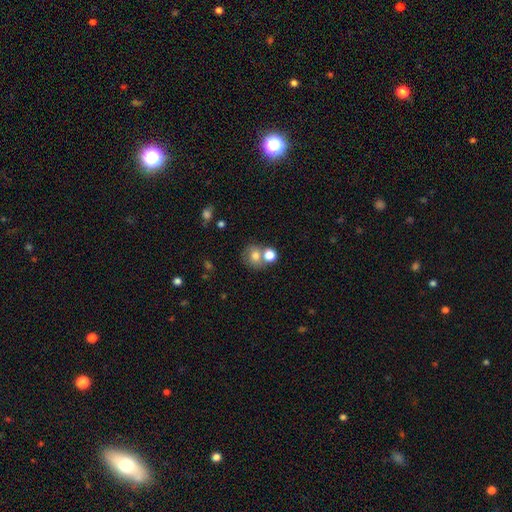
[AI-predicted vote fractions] This appears to be a smooth galaxy with no disk features (72%) that is round (77%). Merging: none (48%).